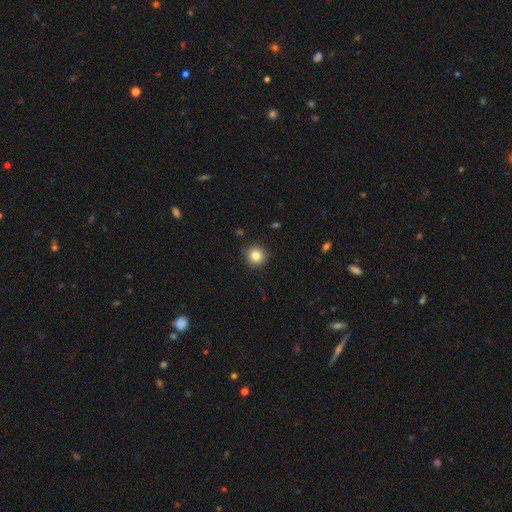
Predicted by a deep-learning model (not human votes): Smooth or featured?
  - smooth: 84% *
  - star or artifact: 10%
  - featured or disk: 6%
How rounded?
  - round: 94% *
  - in between: 5%
  - cigar-shaped: 1%
Merging?
  - none: 90% *
  - minor disturbance: 7%
  - major disturbance: 2%
  - merger: 1%